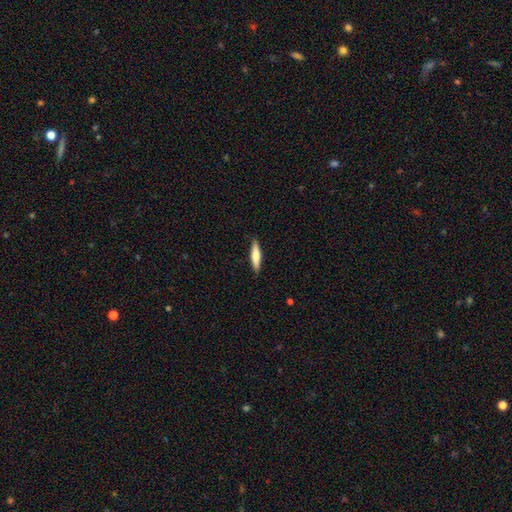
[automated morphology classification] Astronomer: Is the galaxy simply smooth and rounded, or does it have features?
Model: smooth — 70%.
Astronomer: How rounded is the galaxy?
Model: cigar-shaped — 82%.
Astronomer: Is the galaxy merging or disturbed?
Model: none — 89%.